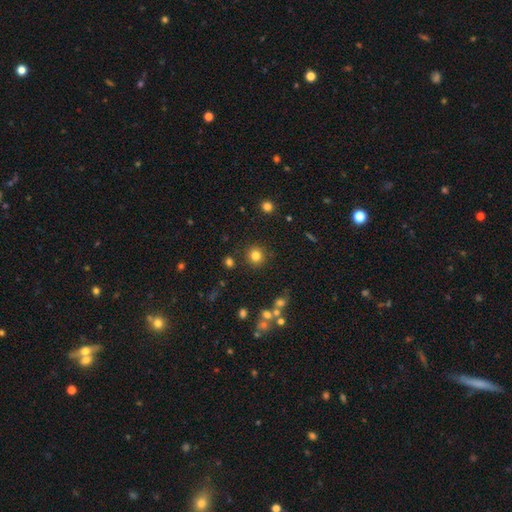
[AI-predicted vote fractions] The model was most divided on "smooth or featured": smooth: 81%, star or artifact: 13%, featured or disk: 6%. More confident: how rounded — round (93%); merging — none (89%).